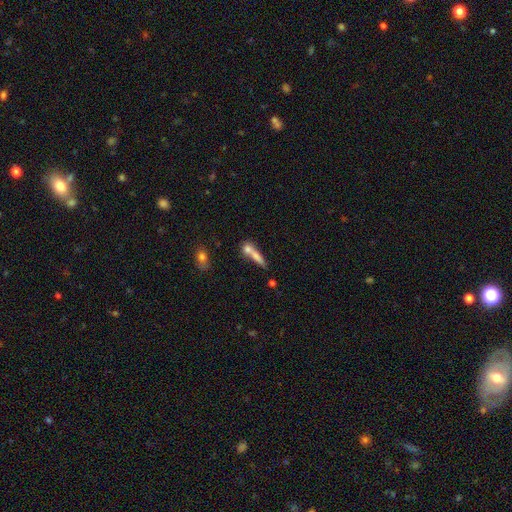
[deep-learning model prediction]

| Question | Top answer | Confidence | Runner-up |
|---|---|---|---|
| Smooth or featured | smooth | 66% | featured or disk (24%) |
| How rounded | cigar-shaped | 74% | in between (20%) |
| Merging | merger | 43% | none (40%) |